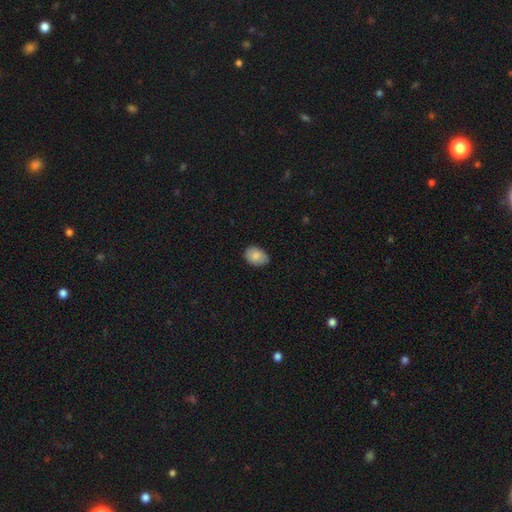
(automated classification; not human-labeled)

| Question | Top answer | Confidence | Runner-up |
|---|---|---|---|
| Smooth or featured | smooth | 85% | featured or disk (8%) |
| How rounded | in between | 77% | round (22%) |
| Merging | none | 79% | minor disturbance (18%) |